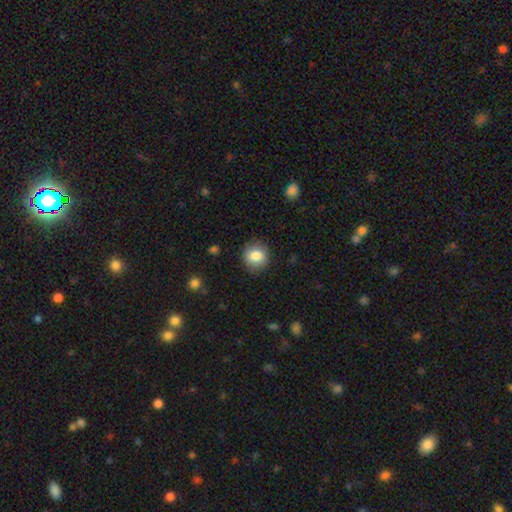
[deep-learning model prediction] Q: Smooth or featured?
A: smooth (84%); runner-up: star or artifact (9%)
Q: How rounded?
A: round (86%); runner-up: in between (13%)
Q: Merging?
A: none (87%); runner-up: minor disturbance (9%)